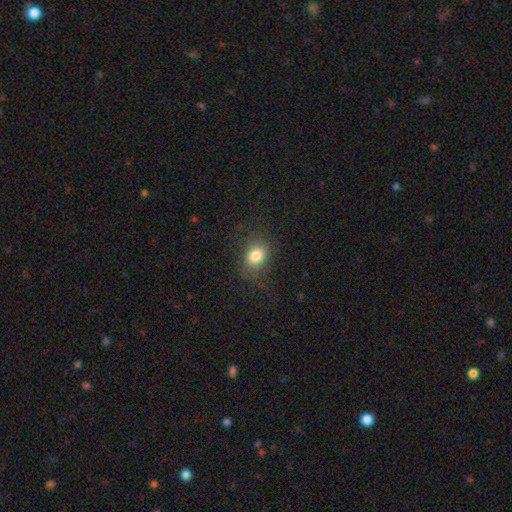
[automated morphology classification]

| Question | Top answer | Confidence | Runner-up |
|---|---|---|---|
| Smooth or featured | smooth | 79% | star or artifact (11%) |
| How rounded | in between | 55% | round (43%) |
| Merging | none | 71% | minor disturbance (17%) |